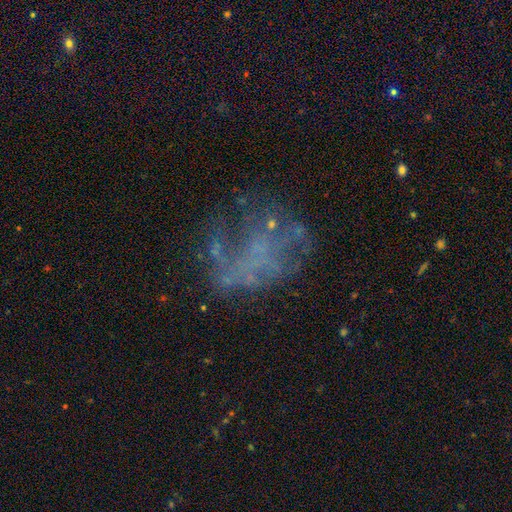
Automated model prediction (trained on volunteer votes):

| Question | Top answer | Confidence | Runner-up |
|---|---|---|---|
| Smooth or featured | featured or disk | 55% | star or artifact (25%) |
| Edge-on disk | no | 98% | yes (2%) |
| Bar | no | 91% | weak (6%) |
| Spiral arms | no | 85% | yes (15%) |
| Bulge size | none | 85% | small (8%) |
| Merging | none | 49% | major disturbance (30%) |